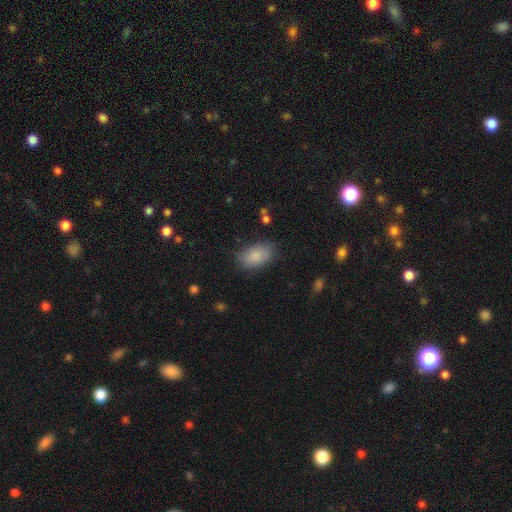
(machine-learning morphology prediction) Overall: smooth (87%). How rounded: in between (92%). Merging: none (79%).